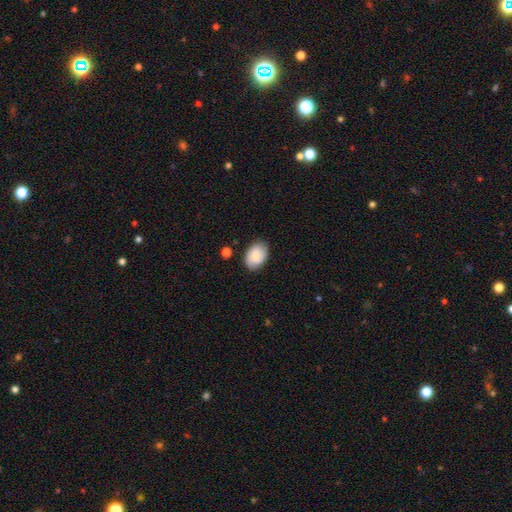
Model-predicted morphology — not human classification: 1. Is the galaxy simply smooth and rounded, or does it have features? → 69% smooth, 23% featured or disk, 7% star or artifact.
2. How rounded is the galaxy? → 82% in between, 17% round, 1% cigar-shaped.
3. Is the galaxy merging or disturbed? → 81% none, 14% minor disturbance, 3% major disturbance, 2% merger.